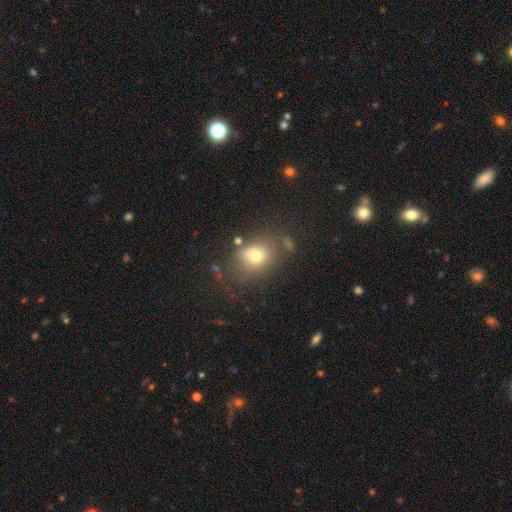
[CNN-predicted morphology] Smooth or featured: smooth — 72% (star or artifact — 15%)
How rounded: round — 54% (in between — 45%)
Merging: none — 64% (minor disturbance — 18%)